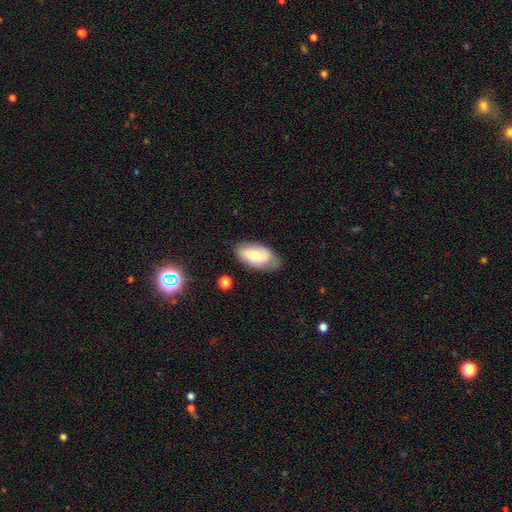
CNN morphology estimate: The model was most divided on "smooth or featured": smooth: 58%, featured or disk: 35%, star or artifact: 7%. More confident: how rounded — in between (93%); merging — none (70%).